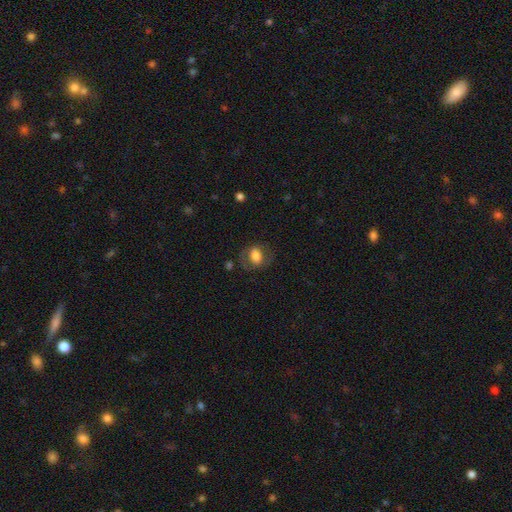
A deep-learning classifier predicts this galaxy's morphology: This is likely a smooth galaxy (68%). How rounded: likely in between (74%). Merging: likely none (68%).